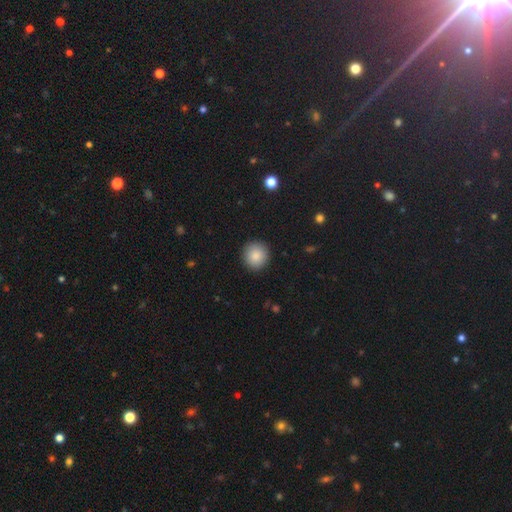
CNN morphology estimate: smooth 87%, star or artifact 8%, featured or disk 5%. Down the decision tree: how rounded — round (93%); merging — none (92%).